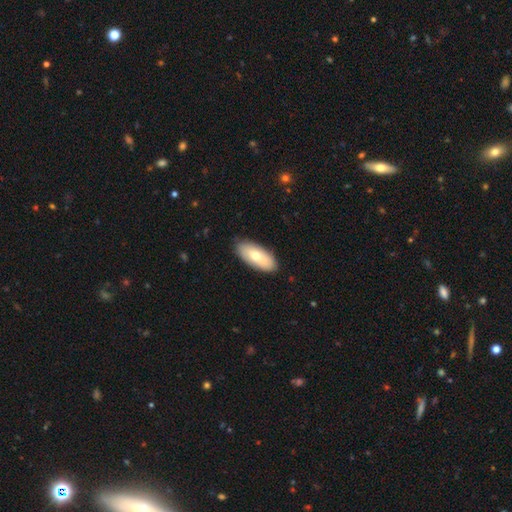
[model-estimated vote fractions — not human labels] A smooth galaxy with no disk features (67%) that is in between round and cigar-shaped (88%).

Vote fractions:
- Smooth or featured? smooth: 67% / featured or disk: 28% / star or artifact: 6%
- How rounded? in between: 88% / cigar-shaped: 10% / round: 2%
- Merging? none: 87% / minor disturbance: 10% / major disturbance: 2% / merger: 1%